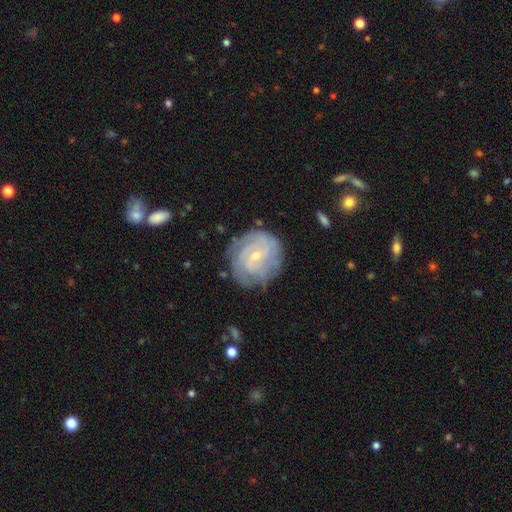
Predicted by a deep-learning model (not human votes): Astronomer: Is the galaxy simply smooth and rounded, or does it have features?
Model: featured or disk — 80%.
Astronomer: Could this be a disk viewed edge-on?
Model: no — 97%.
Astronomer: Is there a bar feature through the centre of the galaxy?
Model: no — 48% (runner-up: weak, 42%).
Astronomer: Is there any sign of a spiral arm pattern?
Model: yes — 93%.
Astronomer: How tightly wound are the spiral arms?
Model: tight — 69%.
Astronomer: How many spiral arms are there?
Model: can't tell — 40% (runner-up: 2, 19%).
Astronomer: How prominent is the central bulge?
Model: small — 75%.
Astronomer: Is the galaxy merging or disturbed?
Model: none — 77%.